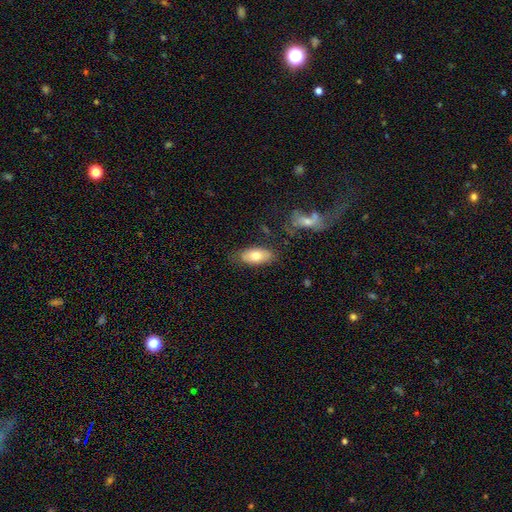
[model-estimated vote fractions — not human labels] Smooth or featured: smooth — 72% (featured or disk — 21%)
How rounded: in between — 91% (cigar-shaped — 6%)
Merging: none — 76% (minor disturbance — 16%)